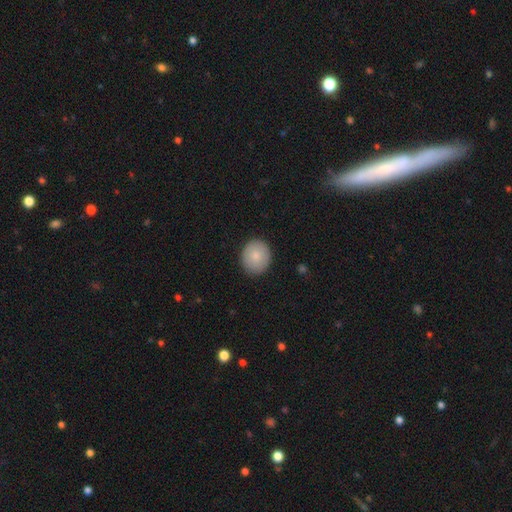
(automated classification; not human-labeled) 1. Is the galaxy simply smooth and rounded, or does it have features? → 84% smooth, 9% featured or disk, 7% star or artifact.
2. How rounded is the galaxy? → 77% round, 22% in between, 1% cigar-shaped.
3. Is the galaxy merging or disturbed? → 89% none, 8% minor disturbance, 2% major disturbance, 1% merger.